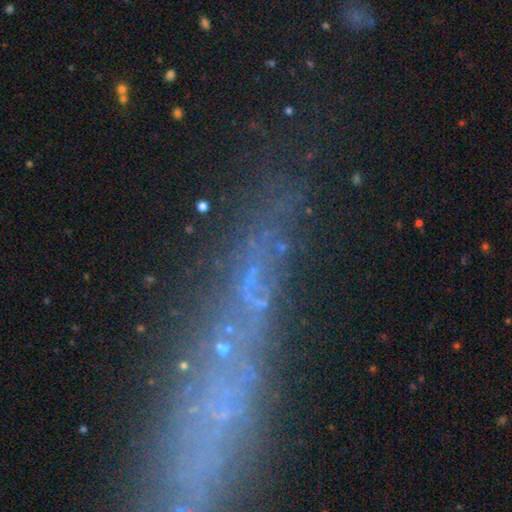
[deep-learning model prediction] Morphology: type=featured or disk (37%); merging=none (58%).